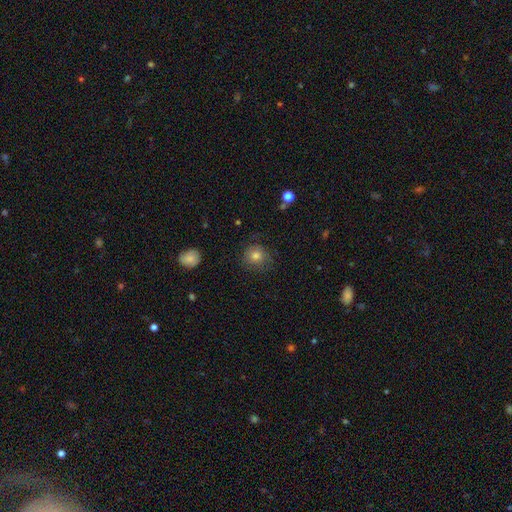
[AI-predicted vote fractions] A smooth galaxy with no disk features (74%) that is round (90%). Merging: none (76%).